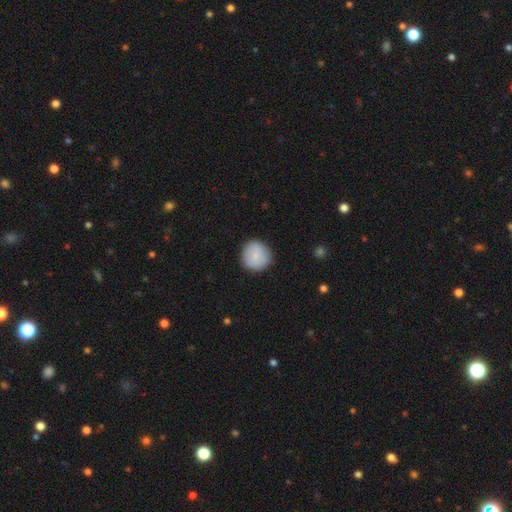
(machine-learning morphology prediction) Smooth or featured?
  - smooth: 82% *
  - featured or disk: 11%
  - star or artifact: 7%
How rounded?
  - round: 93% *
  - in between: 6%
  - cigar-shaped: 1%
Merging?
  - none: 86% *
  - minor disturbance: 10%
  - major disturbance: 3%
  - merger: 1%